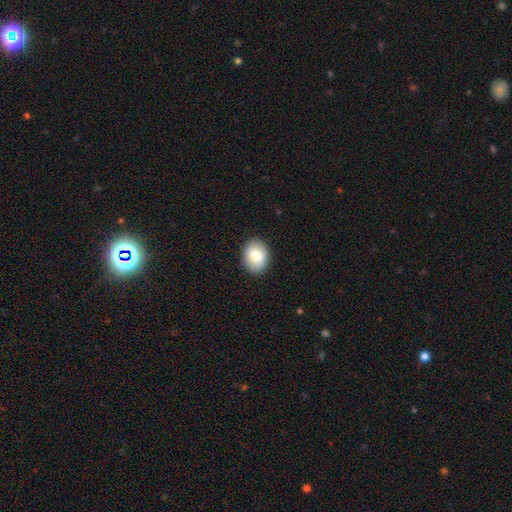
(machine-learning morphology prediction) This is likely a smooth galaxy (80%). How rounded: possibly in between (58%). Merging: clearly none (89%).